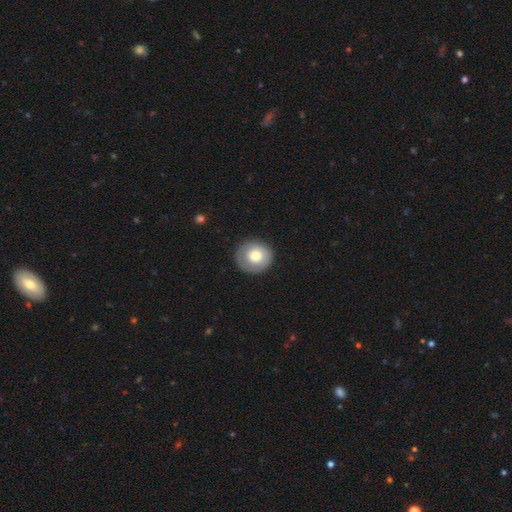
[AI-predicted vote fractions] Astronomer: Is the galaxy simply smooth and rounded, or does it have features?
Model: smooth — 70%.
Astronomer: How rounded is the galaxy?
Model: round — 90%.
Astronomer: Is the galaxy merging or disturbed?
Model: none — 84%.